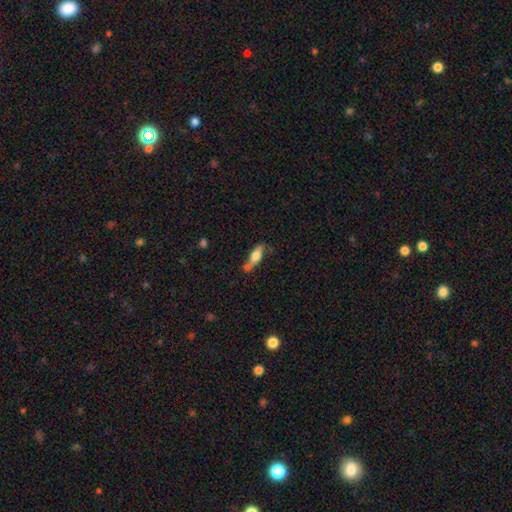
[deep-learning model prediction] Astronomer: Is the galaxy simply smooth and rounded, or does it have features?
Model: smooth — 56% (runner-up: featured or disk, 38%).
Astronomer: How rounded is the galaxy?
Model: cigar-shaped — 51% (runner-up: in between, 45%).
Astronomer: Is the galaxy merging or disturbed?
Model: none — 55%.